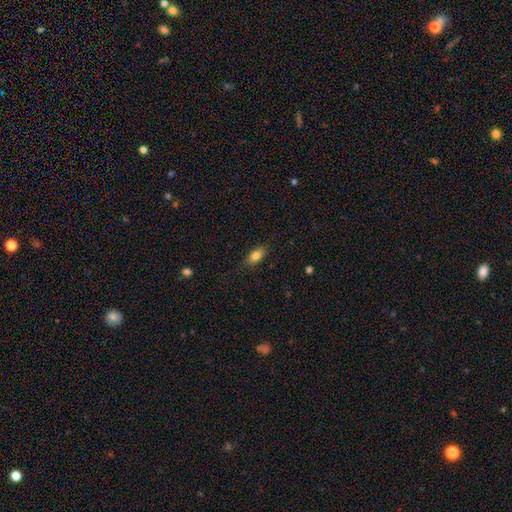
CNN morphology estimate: A smooth galaxy with no disk features (83%) that is in between round and cigar-shaped (87%). Merging: none (82%).